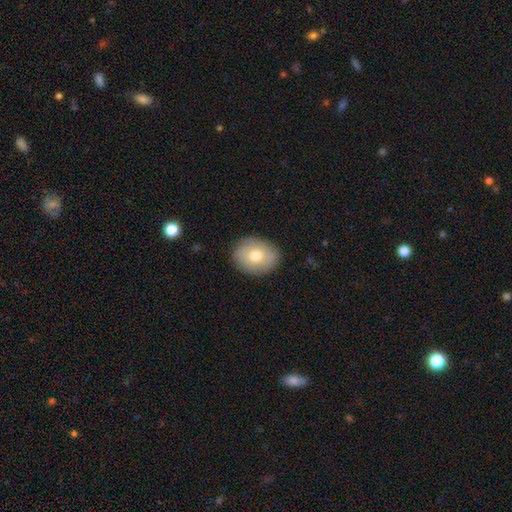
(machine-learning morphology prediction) smooth_or_featured: smooth (p=0.71) [alt: featured or disk p=0.21]
how_rounded: in between (p=0.51) [alt: round p=0.48]
merging: none (p=0.86) [alt: minor disturbance p=0.10]